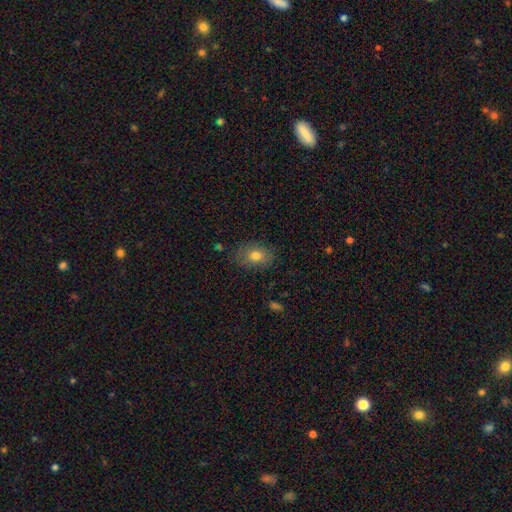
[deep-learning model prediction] Q: Smooth or featured?
A: smooth (78%); runner-up: featured or disk (12%)
Q: How rounded?
A: in between (73%); runner-up: round (26%)
Q: Merging?
A: none (80%); runner-up: minor disturbance (14%)